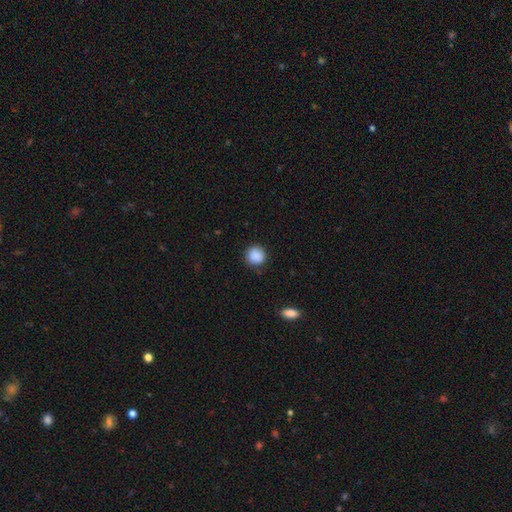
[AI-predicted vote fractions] Morphology: type=smooth (88%); roundness=round (91%); merging=none (85%).